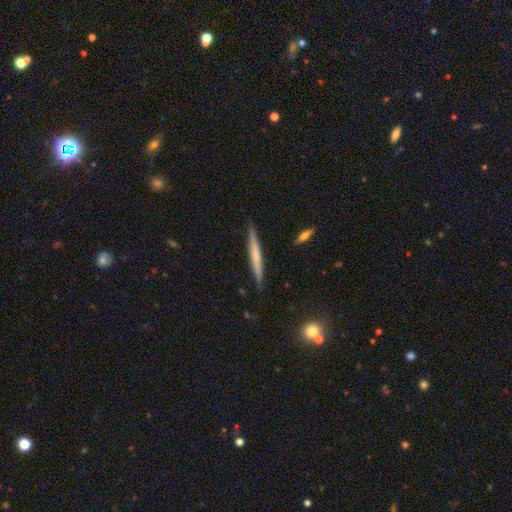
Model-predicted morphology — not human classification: A featured or disk galaxy (49%). Merging: none (88%).